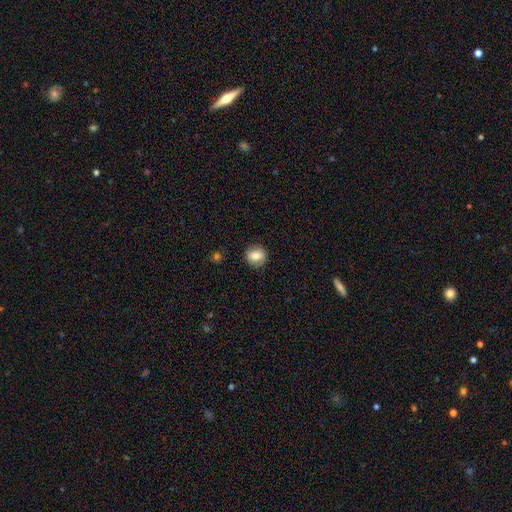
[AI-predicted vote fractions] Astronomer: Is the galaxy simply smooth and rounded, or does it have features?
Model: smooth — 78%.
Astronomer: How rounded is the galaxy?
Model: round — 77%.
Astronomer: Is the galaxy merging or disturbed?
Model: none — 86%.